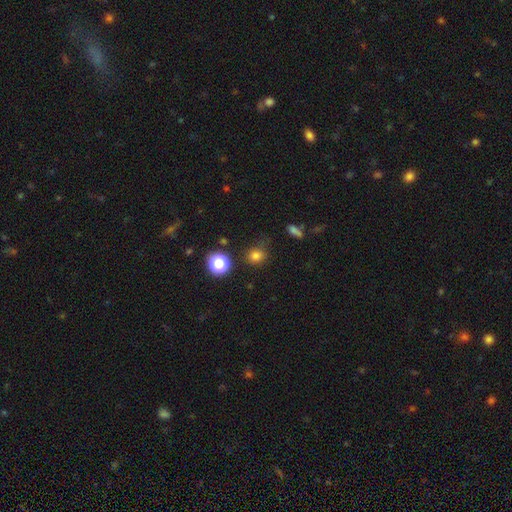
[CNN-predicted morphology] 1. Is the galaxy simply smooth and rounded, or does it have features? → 77% smooth, 18% star or artifact, 5% featured or disk.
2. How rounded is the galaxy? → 80% round, 19% in between, 1% cigar-shaped.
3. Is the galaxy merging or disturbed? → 76% none, 16% minor disturbance, 5% major disturbance, 4% merger.